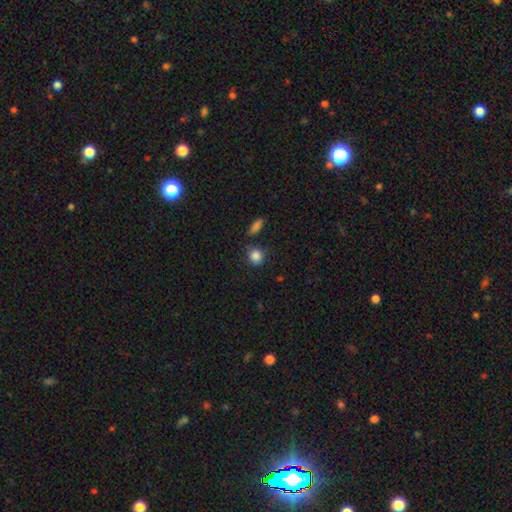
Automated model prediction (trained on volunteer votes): This appears to be a smooth galaxy with no disk features (86%) that is round (79%). Merging: none (77%).